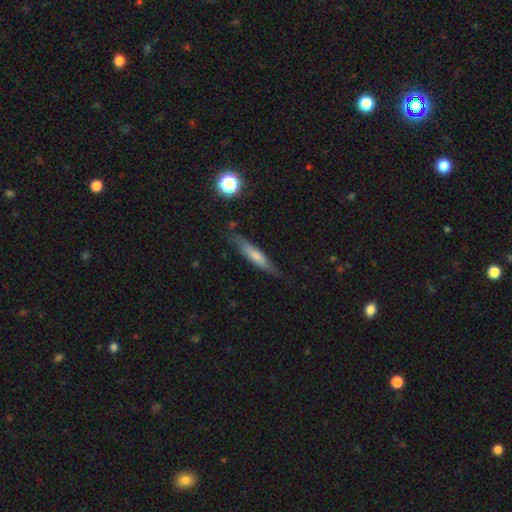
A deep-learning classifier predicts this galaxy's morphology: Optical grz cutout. It shows a smooth galaxy with no disk features (59%) that is cigar-shaped (84%). Merging: none (76%).